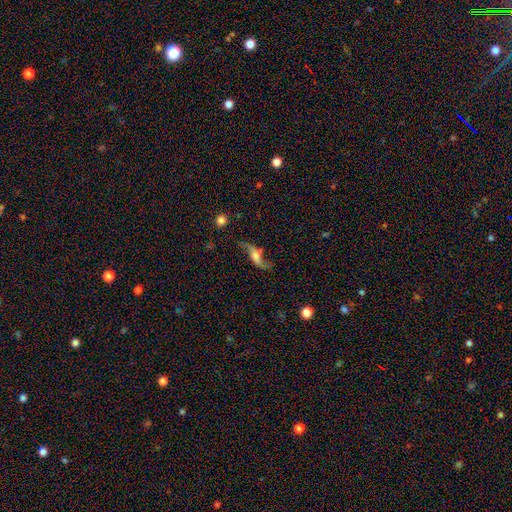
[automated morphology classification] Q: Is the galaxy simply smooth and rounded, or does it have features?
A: featured or disk — 75%.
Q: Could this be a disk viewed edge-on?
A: no — 80%.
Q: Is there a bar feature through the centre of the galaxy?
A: no — 52%.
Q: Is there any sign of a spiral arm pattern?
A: yes — 91%.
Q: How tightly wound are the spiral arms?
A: loose — 91%.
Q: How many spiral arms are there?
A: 2 — 91%.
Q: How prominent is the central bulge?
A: moderate — 44%.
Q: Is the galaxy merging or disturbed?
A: none — 63%.